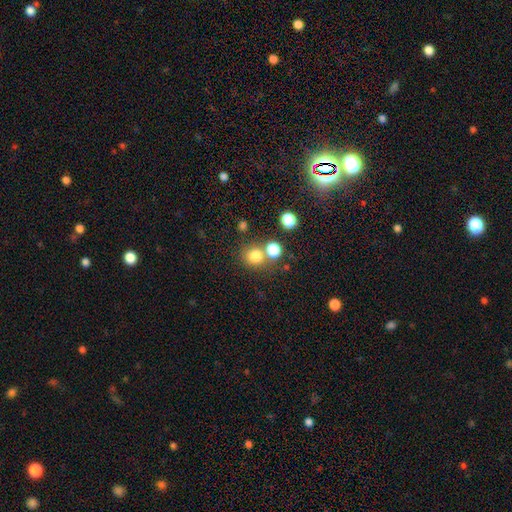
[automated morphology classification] smooth 78%, star or artifact 15%, featured or disk 7%. Down the decision tree: how rounded — round (86%); merging — none (64%).